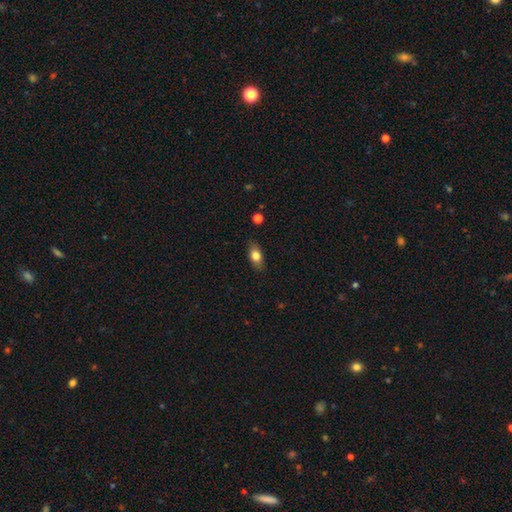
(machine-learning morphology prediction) type=smooth (78%); roundness=in between (83%); merging=none (85%).